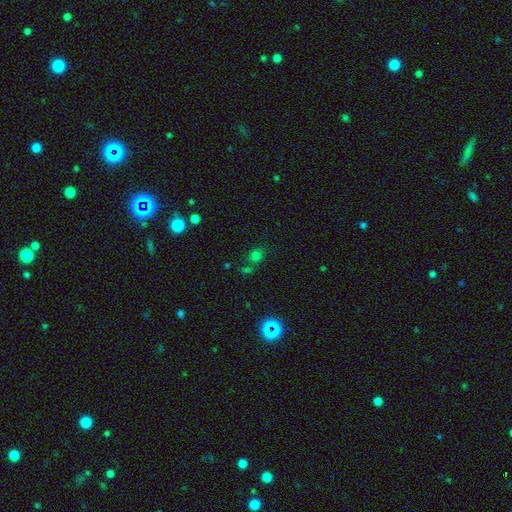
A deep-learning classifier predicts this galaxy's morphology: smooth_or_featured: smooth (p=0.64) [alt: star or artifact p=0.29]
how_rounded: round (p=0.76) [alt: in between p=0.23]
merging: none (p=0.66) [alt: merger p=0.17]